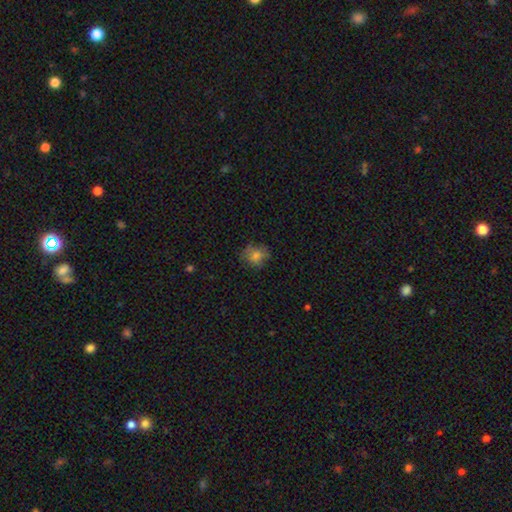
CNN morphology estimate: Overall: smooth (76%). How rounded: round (72%). Merging: none (72%).